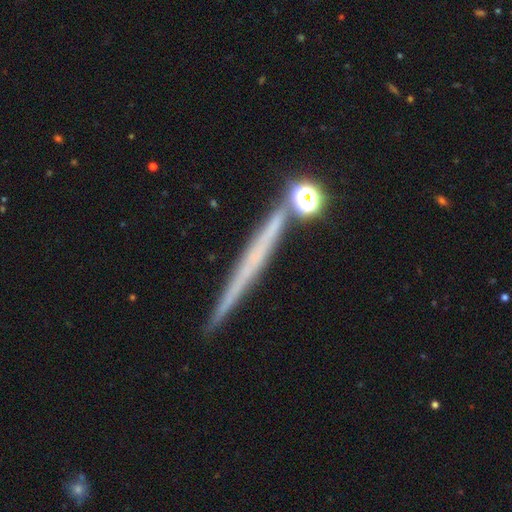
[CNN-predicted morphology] A featured or disk galaxy (56%) viewed edge-on (96%) with no central bulge (89%).

Vote fractions:
- Smooth or featured? featured or disk: 56% / smooth: 33% / star or artifact: 11%
- Edge-on disk? yes: 96% / no: 4%
- Edge-on bulge? none: 89% / rounded: 7% / boxy: 4%
- Merging? none: 84% / minor disturbance: 9% / merger: 5% / major disturbance: 2%